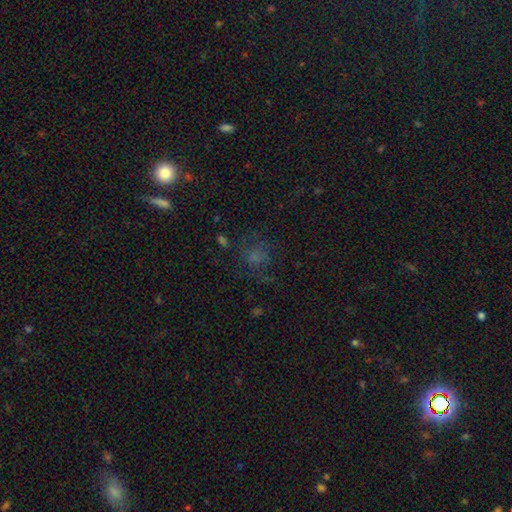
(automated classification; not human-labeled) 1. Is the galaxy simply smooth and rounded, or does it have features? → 49% smooth, 29% star or artifact, 22% featured or disk.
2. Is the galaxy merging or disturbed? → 55% none, 24% major disturbance, 18% minor disturbance, 3% merger.